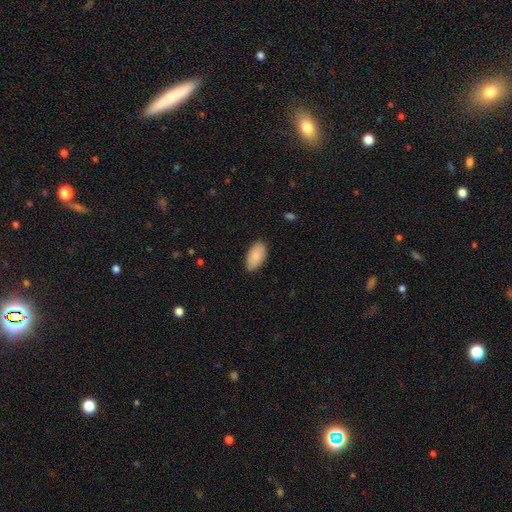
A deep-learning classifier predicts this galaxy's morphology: smooth-or-featured: smooth: 84% | featured or disk: 10% | star or artifact: 6%
  how-rounded: in between: 95% | round: 3% | cigar-shaped: 3%
  merging: none: 82% | minor disturbance: 15% | major disturbance: 2% | merger: 1%